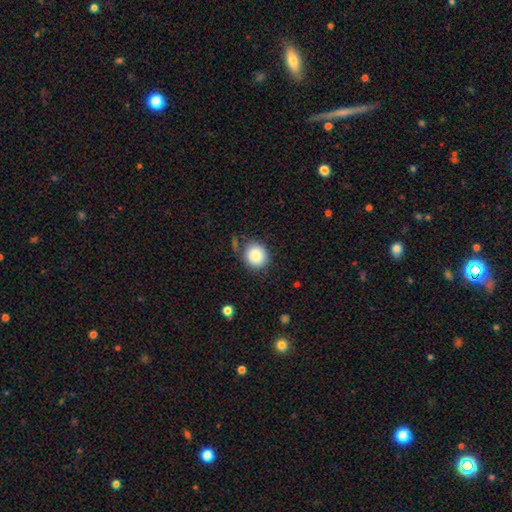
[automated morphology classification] smooth_or_featured: smooth (p=0.86) [alt: star or artifact p=0.09]
how_rounded: round (p=0.81) [alt: in between p=0.18]
merging: none (p=0.81) [alt: minor disturbance p=0.12]